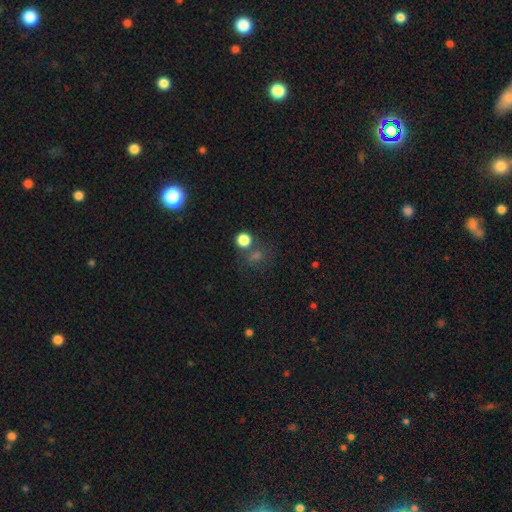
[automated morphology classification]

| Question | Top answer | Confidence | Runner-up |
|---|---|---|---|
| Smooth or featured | smooth | 45% | star or artifact (44%) |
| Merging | none | 65% | merger (17%) |